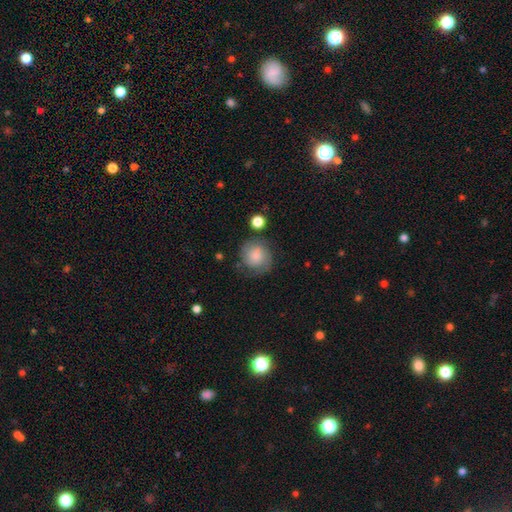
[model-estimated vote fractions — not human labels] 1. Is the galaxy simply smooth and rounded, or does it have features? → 67% smooth, 25% featured or disk, 8% star or artifact.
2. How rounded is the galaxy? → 85% round, 14% in between, 1% cigar-shaped.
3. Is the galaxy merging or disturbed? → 68% none, 20% minor disturbance, 8% major disturbance, 4% merger.